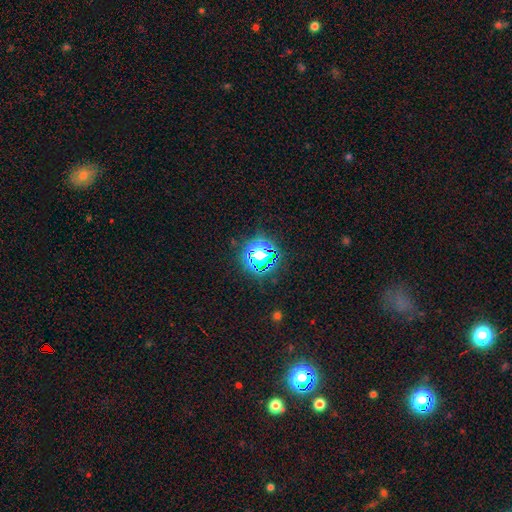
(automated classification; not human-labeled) Morphology: type=star or artifact (75%).